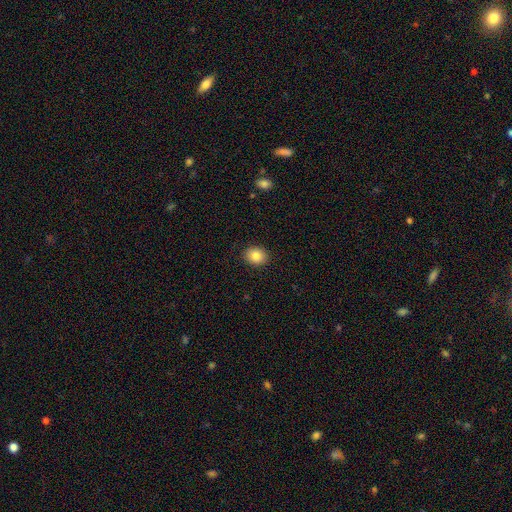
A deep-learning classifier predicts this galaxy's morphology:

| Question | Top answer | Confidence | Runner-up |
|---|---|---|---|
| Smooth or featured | smooth | 85% | star or artifact (9%) |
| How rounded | round | 59% | in between (41%) |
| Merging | none | 90% | minor disturbance (7%) |